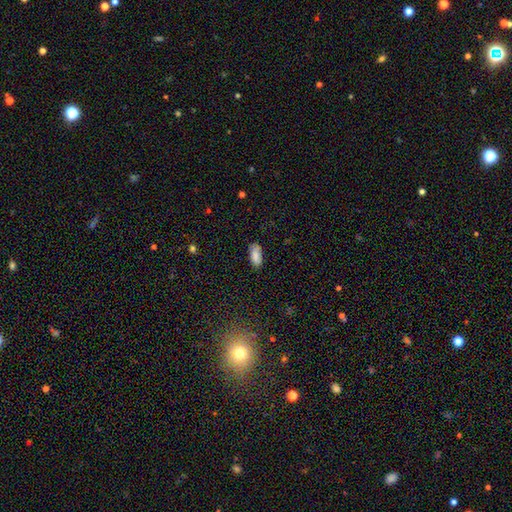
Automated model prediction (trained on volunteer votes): smooth 85%, star or artifact 8%, featured or disk 7%. Down the decision tree: how rounded — in between (89%); merging — none (76%).